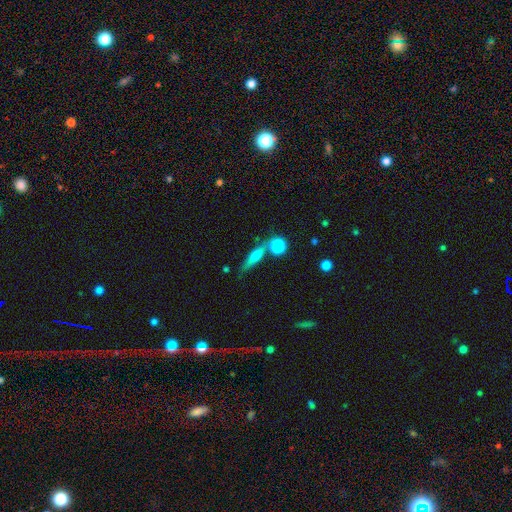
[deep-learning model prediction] Smooth or featured? Predicted: smooth (p=0.46). Merging? Predicted: none (p=0.66).